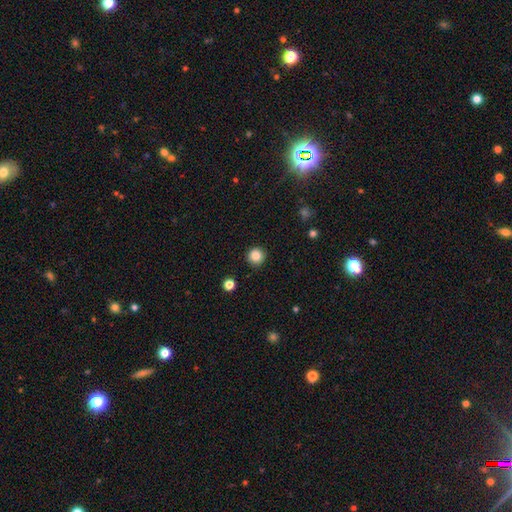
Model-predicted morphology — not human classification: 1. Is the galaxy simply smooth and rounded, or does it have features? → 85% smooth, 11% star or artifact, 4% featured or disk.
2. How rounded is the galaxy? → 95% round, 4% in between, 1% cigar-shaped.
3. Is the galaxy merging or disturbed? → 92% none, 5% minor disturbance, 2% major disturbance, 1% merger.